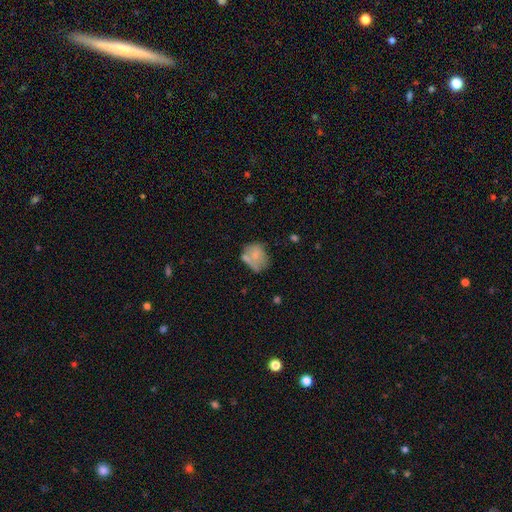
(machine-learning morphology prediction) smooth-or-featured: smooth: 64% | featured or disk: 27% | star or artifact: 9%
  how-rounded: round: 54% | in between: 45% | cigar-shaped: 1%
  merging: none: 36% | minor disturbance: 25% | merger: 23% | major disturbance: 16%